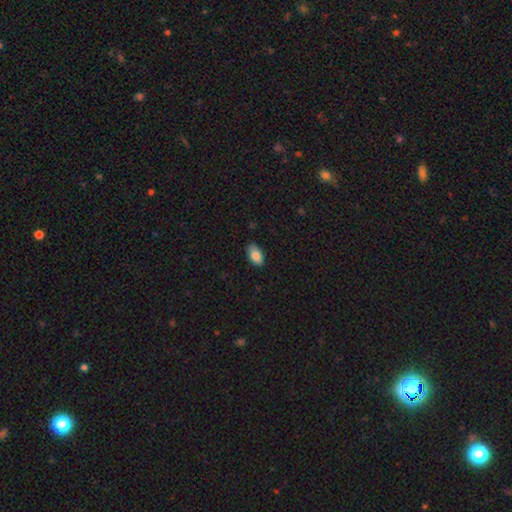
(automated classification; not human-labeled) smooth 86%, featured or disk 7%, star or artifact 7%. Down the decision tree: how rounded — in between (94%); merging — none (84%).